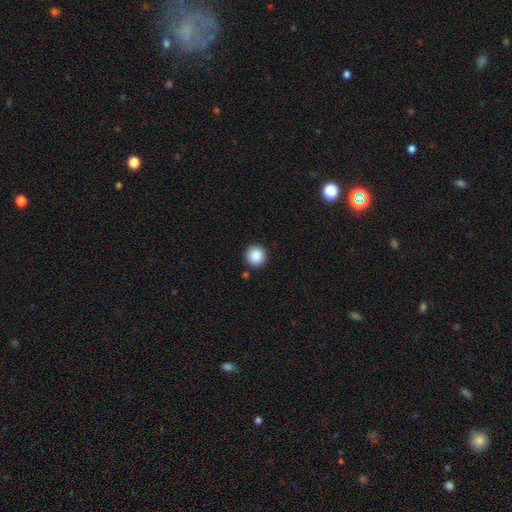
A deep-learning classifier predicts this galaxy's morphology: Smooth or featured? smooth (87%)
How rounded? round (95%)
Merging? none (91%)